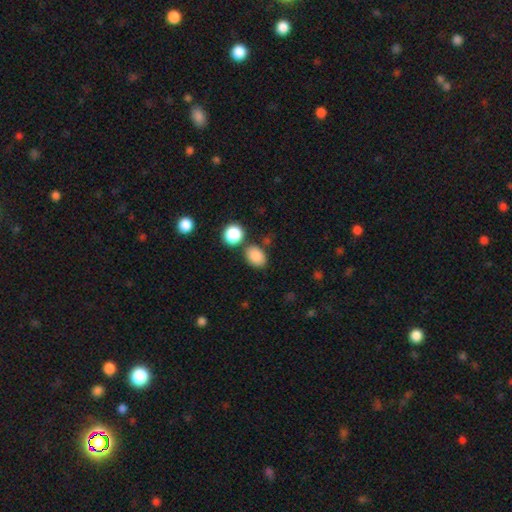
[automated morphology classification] Overall: smooth (86%). How rounded: in between (76%). Merging: none (75%).